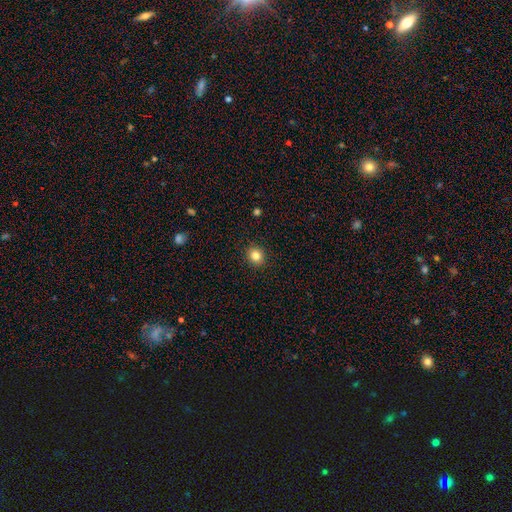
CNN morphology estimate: This is clearly a smooth galaxy (83%). How rounded: clearly round (81%). Merging: clearly none (92%).